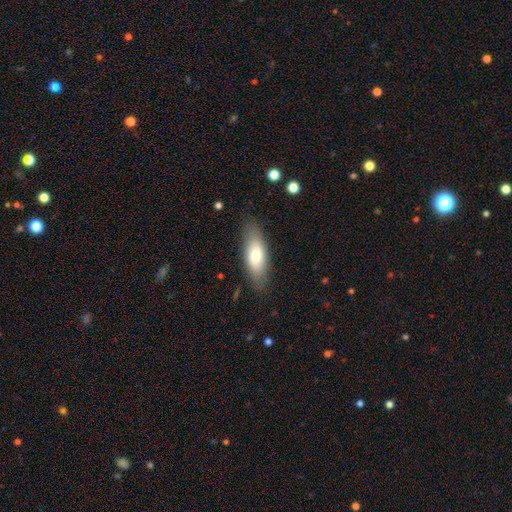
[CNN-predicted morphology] Overall: smooth (74%). How rounded: in between (69%). Merging: none (84%).